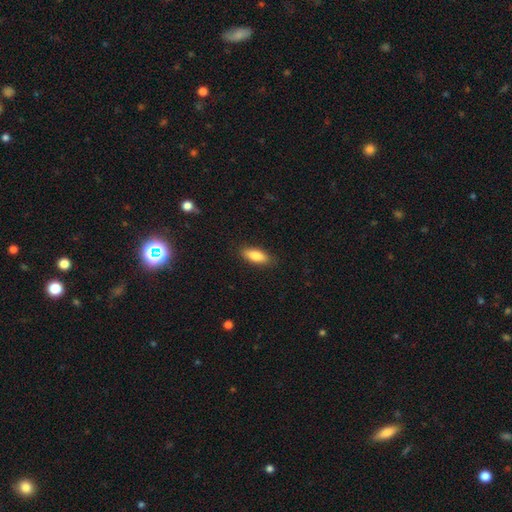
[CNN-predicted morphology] Smooth or featured? smooth (82%)
How rounded? in between (73%)
Merging? none (87%)